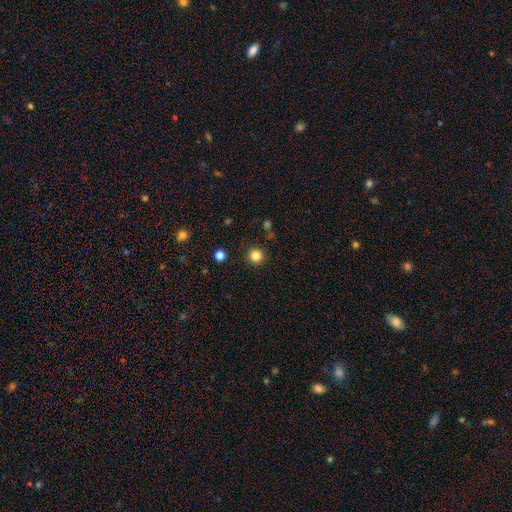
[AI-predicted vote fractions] Q: Smooth or featured?
A: smooth (83%); runner-up: star or artifact (13%)
Q: How rounded?
A: round (94%); runner-up: in between (5%)
Q: Merging?
A: none (90%); runner-up: minor disturbance (6%)